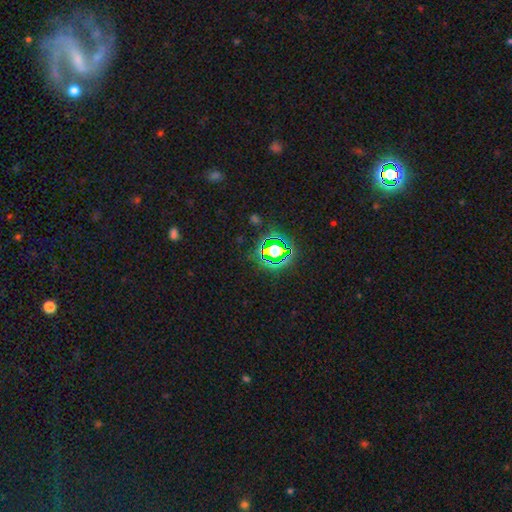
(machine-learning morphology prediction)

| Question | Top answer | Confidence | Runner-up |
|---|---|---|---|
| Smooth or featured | star or artifact | 77% | smooth (16%) |